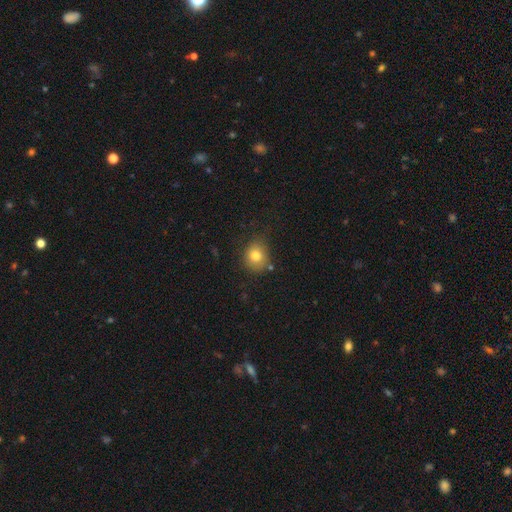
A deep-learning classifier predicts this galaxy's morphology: Smooth or featured: smooth — 78% (star or artifact — 12%)
How rounded: round — 74% (in between — 25%)
Merging: none — 70% (minor disturbance — 20%)